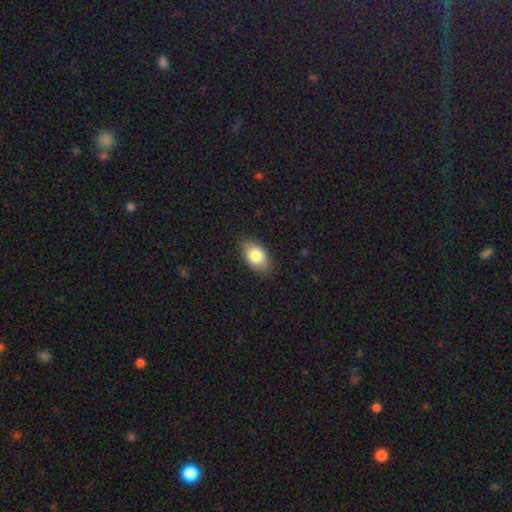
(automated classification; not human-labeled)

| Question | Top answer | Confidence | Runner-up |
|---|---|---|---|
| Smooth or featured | smooth | 81% | featured or disk (12%) |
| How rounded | in between | 90% | round (7%) |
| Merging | none | 85% | minor disturbance (12%) |